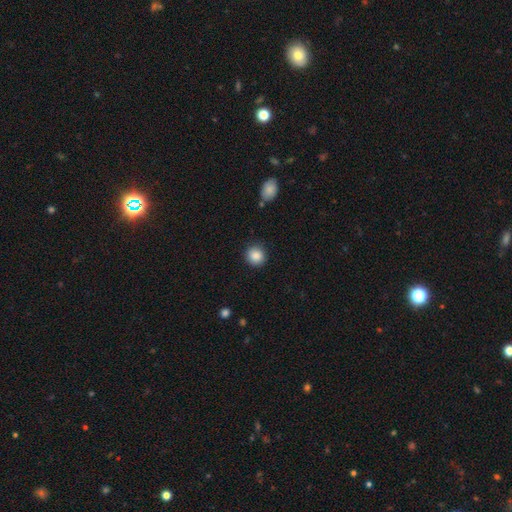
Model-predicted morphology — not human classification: type=smooth (87%); roundness=round (90%); merging=none (89%).